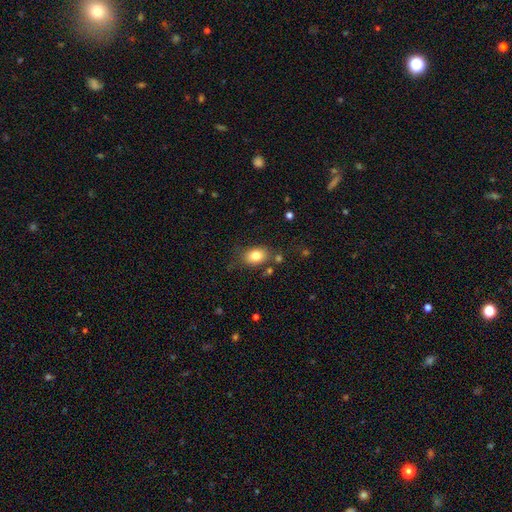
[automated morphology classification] This appears to be a smooth galaxy with no disk features (81%) that is in between round and cigar-shaped (74%). Merging: none (74%).